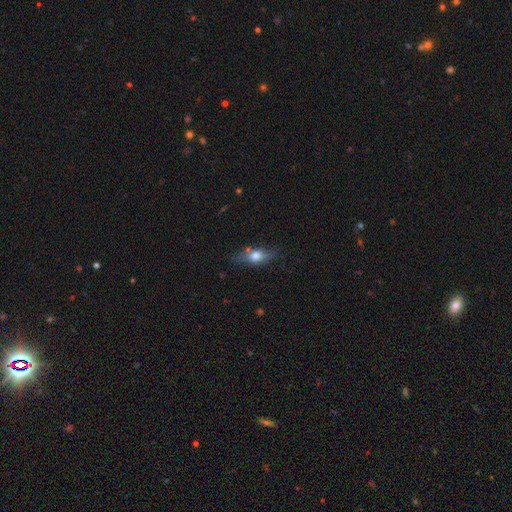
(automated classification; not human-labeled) Smooth or featured? smooth (60%)
How rounded? in between (69%)
Merging? none (70%)